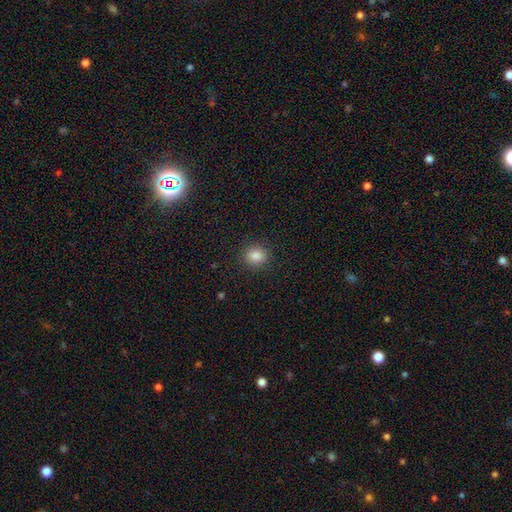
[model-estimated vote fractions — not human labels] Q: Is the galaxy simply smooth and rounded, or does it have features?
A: smooth — 85%.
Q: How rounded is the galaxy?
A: round — 80%.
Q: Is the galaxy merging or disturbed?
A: none — 90%.